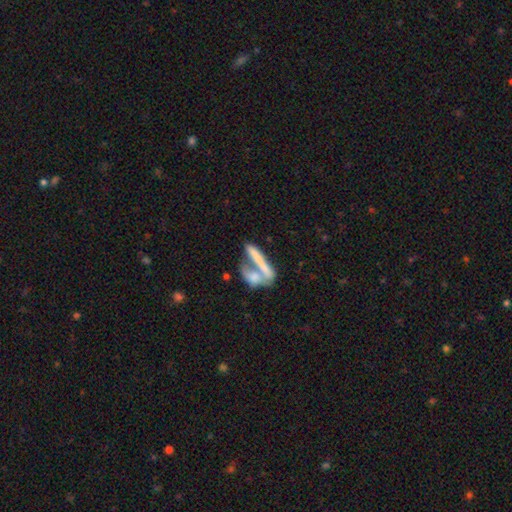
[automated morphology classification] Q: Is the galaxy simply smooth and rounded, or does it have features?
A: smooth — 61%.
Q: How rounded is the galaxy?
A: cigar-shaped — 65%.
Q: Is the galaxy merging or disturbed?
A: merger — 58%.